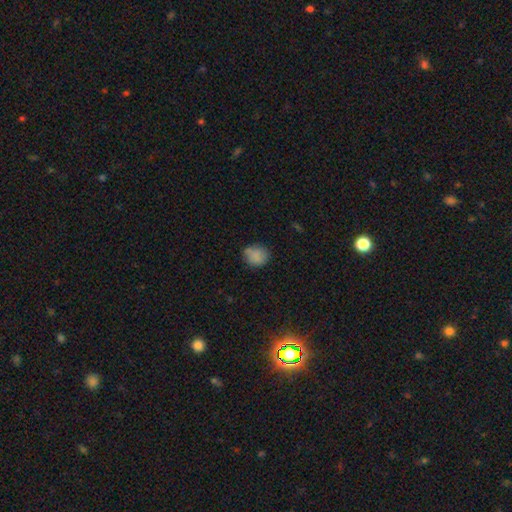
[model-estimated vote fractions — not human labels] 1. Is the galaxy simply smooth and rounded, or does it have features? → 82% smooth, 10% star or artifact, 9% featured or disk.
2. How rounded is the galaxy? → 73% round, 26% in between, 1% cigar-shaped.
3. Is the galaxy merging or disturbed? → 68% none, 23% minor disturbance, 5% major disturbance, 4% merger.